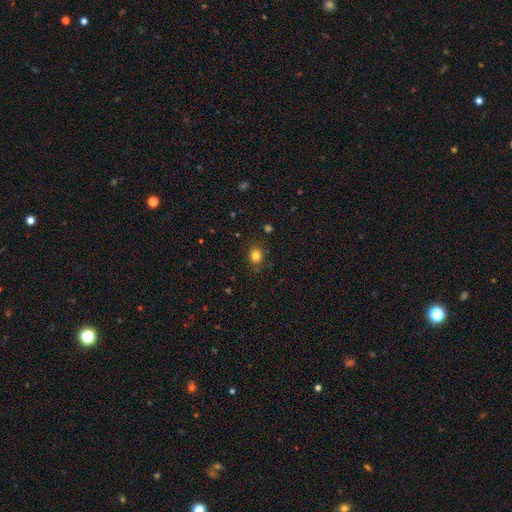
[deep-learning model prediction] Smooth or featured? Predicted: smooth (p=0.82). How rounded? Predicted: round (p=0.62). Merging? Predicted: none (p=0.84).